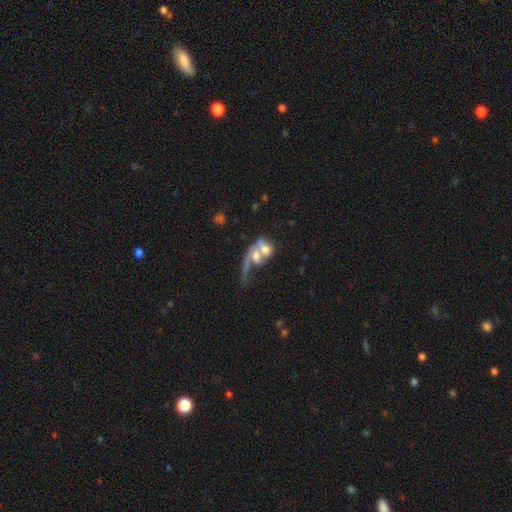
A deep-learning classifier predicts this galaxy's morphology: Smooth or featured? featured or disk (47%)
Merging? merger (70%)